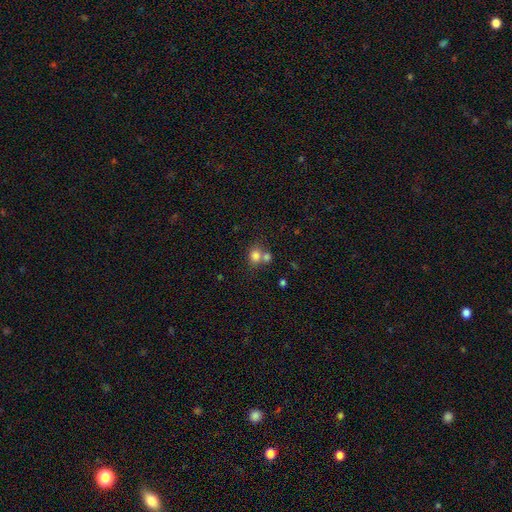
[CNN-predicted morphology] smooth 79%, star or artifact 12%, featured or disk 9%. Down the decision tree: how rounded — round (61%); merging — merger (44%).